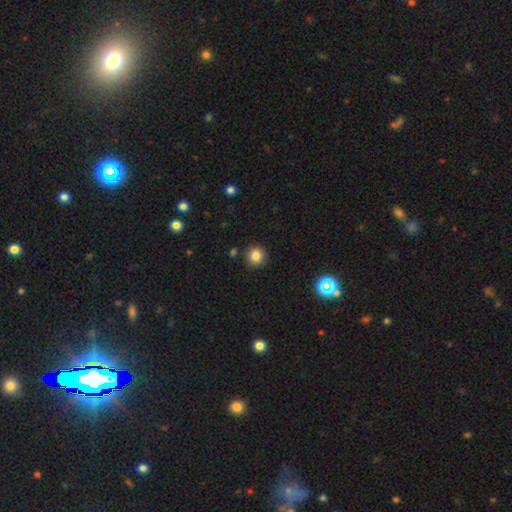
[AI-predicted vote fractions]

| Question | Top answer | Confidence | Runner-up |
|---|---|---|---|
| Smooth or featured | smooth | 83% | star or artifact (12%) |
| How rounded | round | 92% | in between (7%) |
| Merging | none | 89% | minor disturbance (7%) |